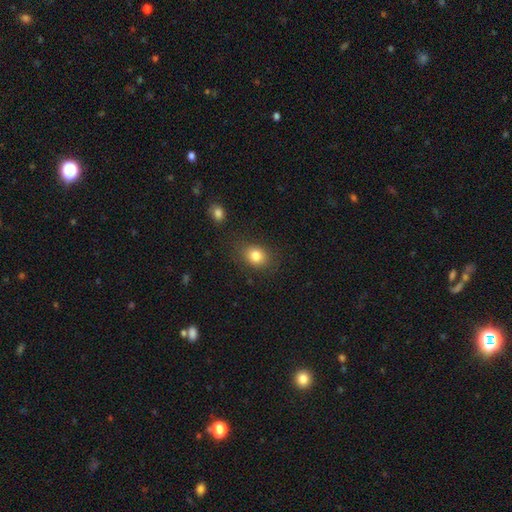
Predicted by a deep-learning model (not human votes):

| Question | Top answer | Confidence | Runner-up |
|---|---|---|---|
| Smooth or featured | smooth | 82% | star or artifact (11%) |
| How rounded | round | 51% | in between (48%) |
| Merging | none | 79% | minor disturbance (14%) |